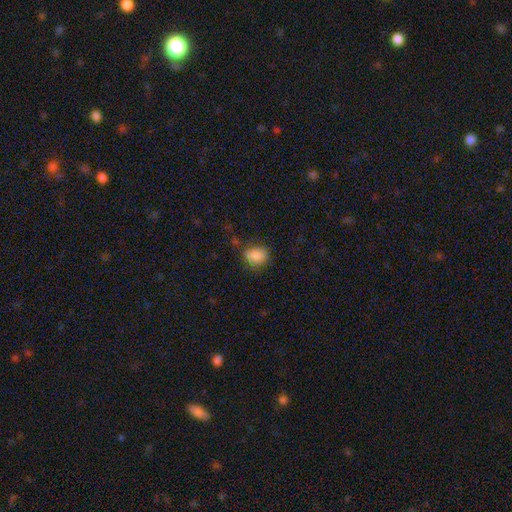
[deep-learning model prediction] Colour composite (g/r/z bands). It shows a smooth galaxy with no disk features (86%) that is in between round and cigar-shaped (62%). Merging: none (71%).